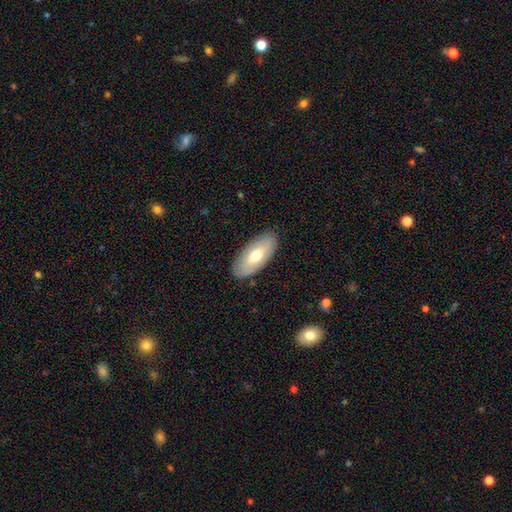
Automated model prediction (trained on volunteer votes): This is likely a smooth galaxy (65%). How rounded: clearly in between (89%). Merging: clearly none (87%).